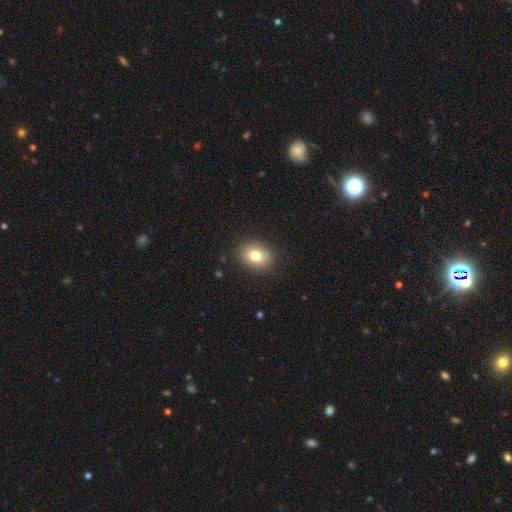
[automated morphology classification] Smooth or featured? Predicted: smooth (p=0.79). How rounded? Predicted: in between (p=0.56). Merging? Predicted: none (p=0.87).